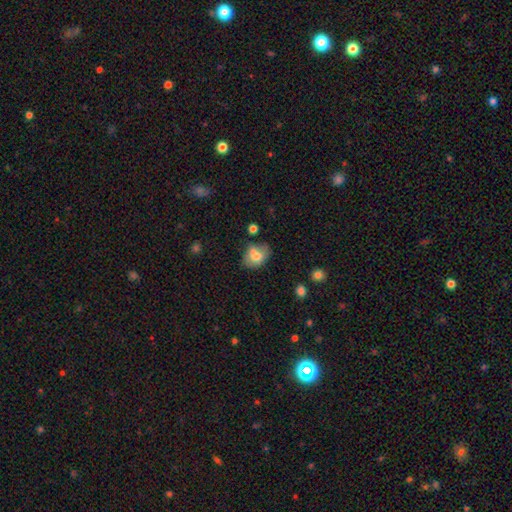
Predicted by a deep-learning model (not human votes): A smooth galaxy with no disk features (68%) that is in between round and cigar-shaped (65%). Merging: none (43%).